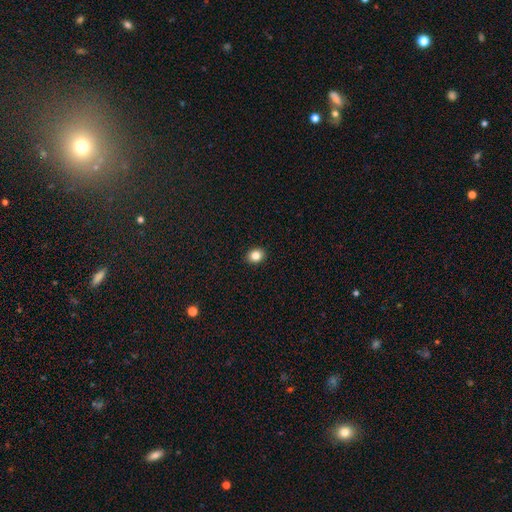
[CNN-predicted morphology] Overall: smooth (84%). How rounded: round (60%; in between 39%). Merging: none (92%).